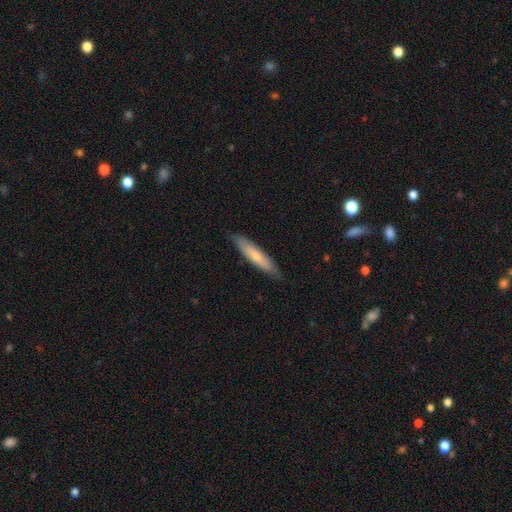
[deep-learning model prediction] Smooth or featured: smooth — 65% (featured or disk — 30%)
How rounded: cigar-shaped — 83% (in between — 16%)
Merging: none — 85% (minor disturbance — 12%)